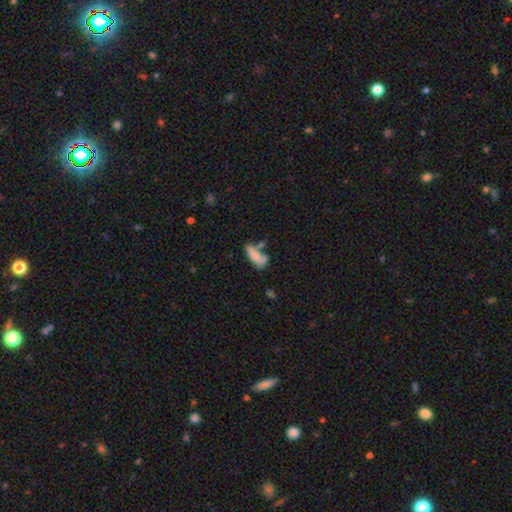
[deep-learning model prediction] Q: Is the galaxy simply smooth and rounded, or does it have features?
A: smooth — 75%.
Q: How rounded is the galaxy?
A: in between — 58%.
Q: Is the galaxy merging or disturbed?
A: none — 39%.